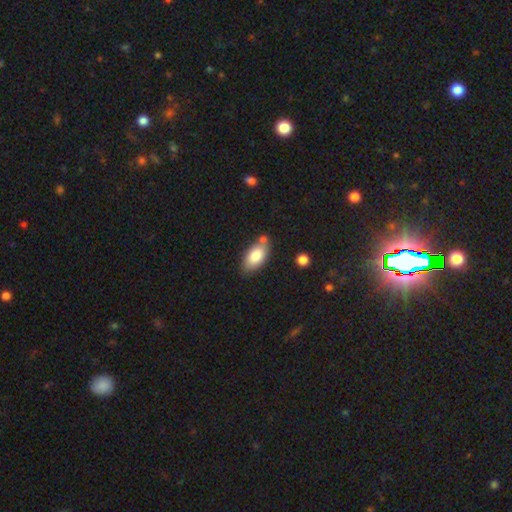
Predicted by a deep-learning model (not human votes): smooth 82%, featured or disk 12%, star or artifact 7%. Down the decision tree: how rounded — in between (92%); merging — none (66%).